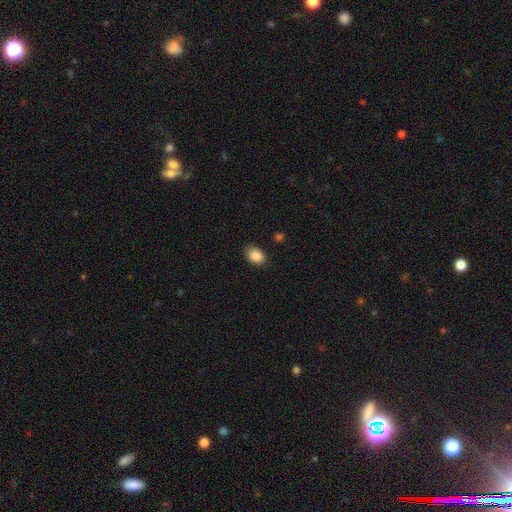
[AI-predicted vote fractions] This is clearly a smooth galaxy (88%). How rounded: likely in between (77%). Merging: clearly none (84%).